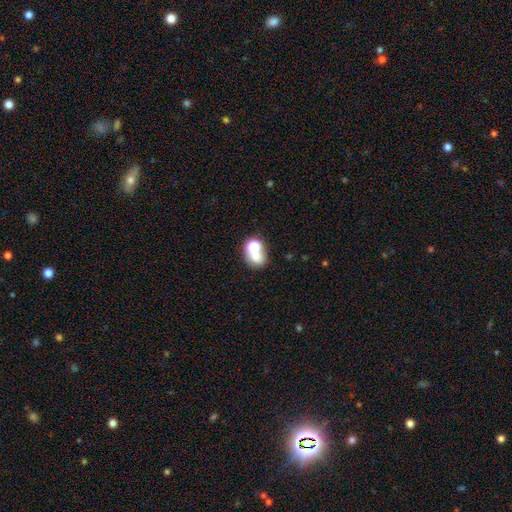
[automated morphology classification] The model was most divided on "merging": merger: 47%, none: 38%, minor disturbance: 9%, major disturbance: 6%. More confident: smooth or featured — smooth (64%); how rounded — round (56%).